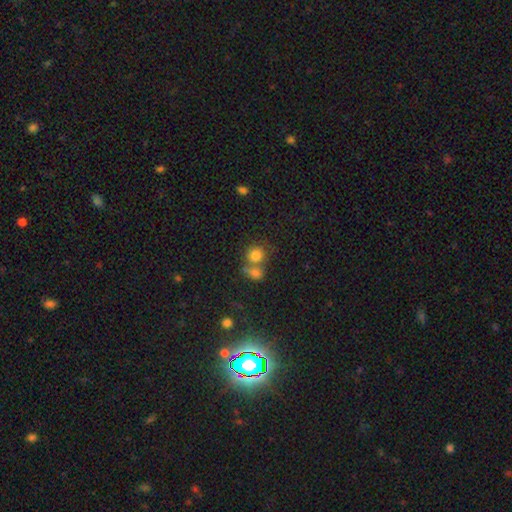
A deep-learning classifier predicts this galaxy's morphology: Smooth or featured? Predicted: smooth (p=0.79). How rounded? Predicted: round (p=0.78). Merging? Predicted: merger (p=0.46).